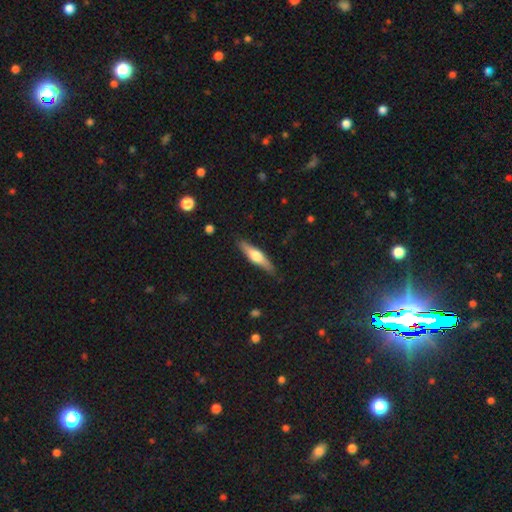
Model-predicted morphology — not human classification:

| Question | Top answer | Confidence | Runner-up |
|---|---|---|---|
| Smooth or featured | featured or disk | 50% | smooth (45%) |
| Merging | none | 85% | minor disturbance (12%) |